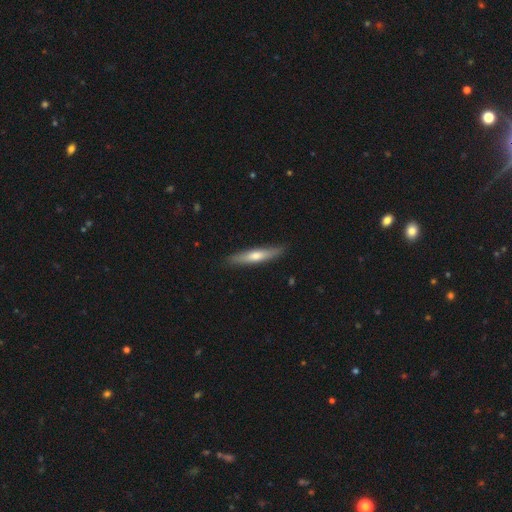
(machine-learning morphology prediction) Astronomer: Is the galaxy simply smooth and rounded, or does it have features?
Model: smooth — 50% (runner-up: featured or disk, 44%).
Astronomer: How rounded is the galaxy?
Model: cigar-shaped — 89%.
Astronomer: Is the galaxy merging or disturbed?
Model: none — 88%.